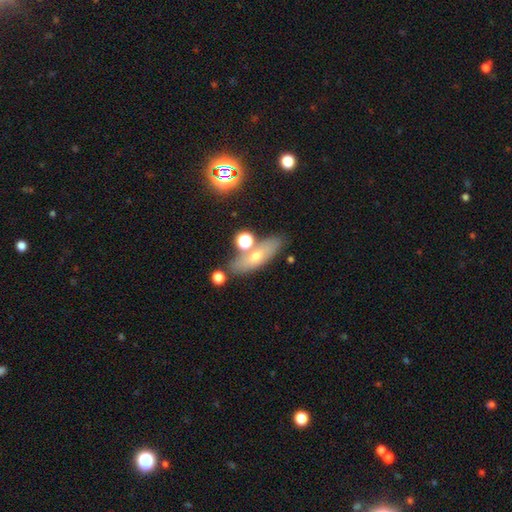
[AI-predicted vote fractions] Smooth or featured? Predicted: smooth (p=0.56). How rounded? Predicted: in between (p=0.52). Merging? Predicted: none (p=0.69).